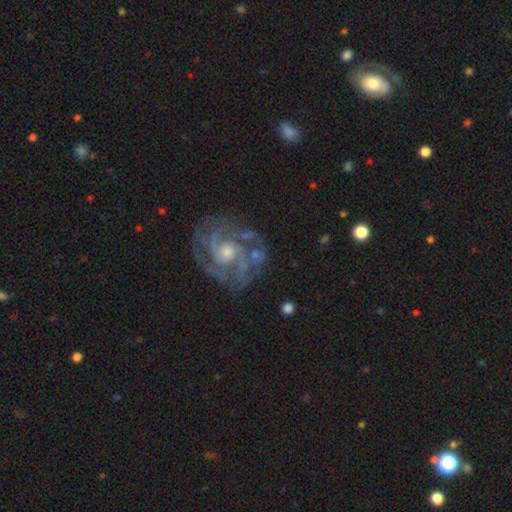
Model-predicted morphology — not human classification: A featured or disk galaxy (88%) with no bar (70%), 3 (34%) tight (54%) spiral arms (96%) and a moderate central bulge (57%).

Vote fractions:
- Smooth or featured? featured or disk: 88% / star or artifact: 6% / smooth: 6%
- Edge-on disk? no: 98% / yes: 2%
- Bar? no: 70% / weak: 25% / strong: 5%
- Spiral arms? yes: 96% / no: 4%
- Spiral winding? tight: 54% / medium: 38% / loose: 7%
- Spiral arm count? 3: 34% / 2: 23% / can't tell: 18% / 4: 13% / more than 4: 6% / 1: 6%
- Bulge size? moderate: 57% / small: 31% / large: 7% / none: 4% / dominant: 1%
- Merging? none: 71% / minor disturbance: 16% / major disturbance: 9% / merger: 3%